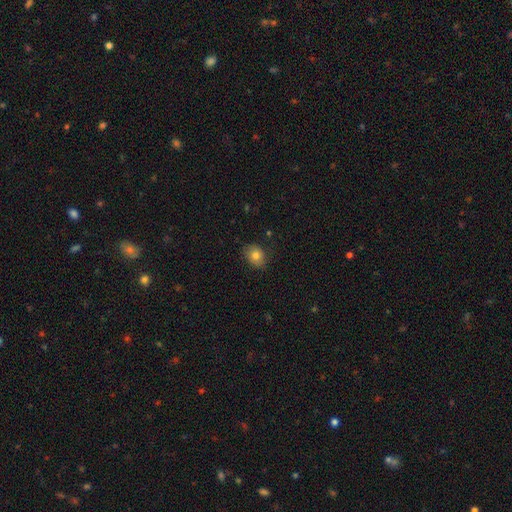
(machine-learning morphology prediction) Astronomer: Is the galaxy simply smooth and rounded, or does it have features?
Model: smooth — 79%.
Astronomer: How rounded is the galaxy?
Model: round — 50% (runner-up: in between, 49%).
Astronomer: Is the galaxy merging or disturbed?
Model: none — 80%.